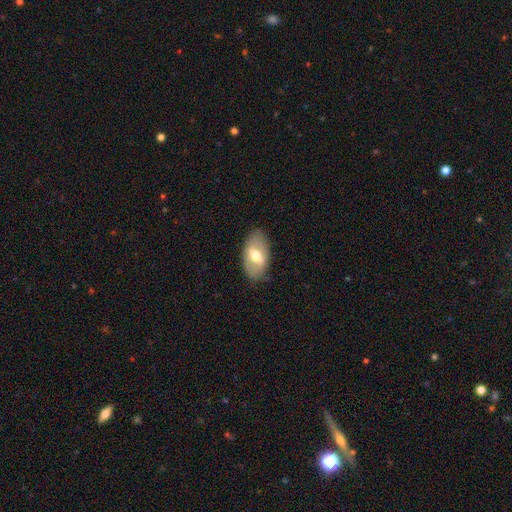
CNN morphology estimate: smooth_or_featured: smooth (p=0.53) [alt: featured or disk p=0.40]
how_rounded: in between (p=0.92) [alt: round p=0.05]
merging: none (p=0.82) [alt: minor disturbance p=0.14]